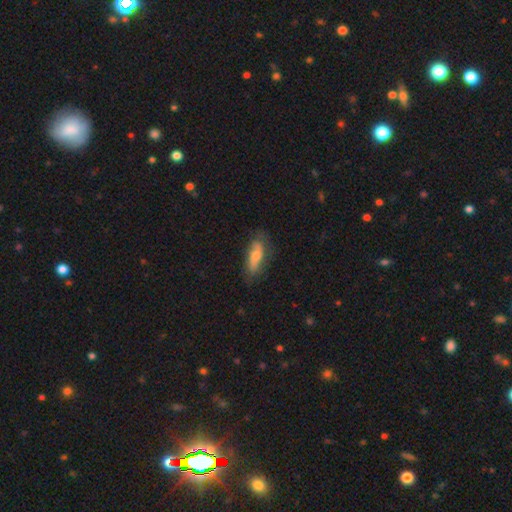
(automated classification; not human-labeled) The model was most divided on "smooth or featured": smooth: 49%, featured or disk: 44%, star or artifact: 7%. More confident: merging — none (71%).